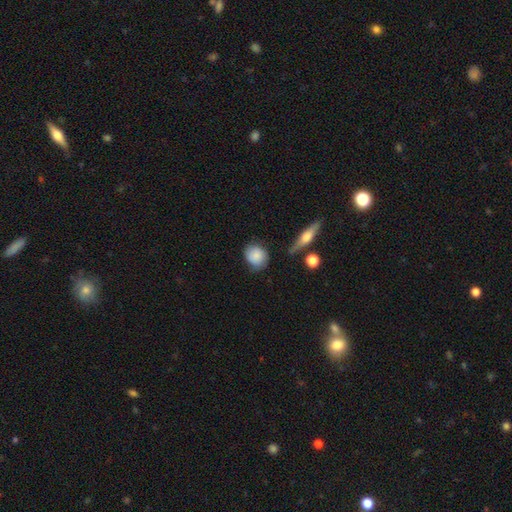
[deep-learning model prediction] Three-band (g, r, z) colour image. It shows a smooth galaxy with no disk features (75%) that is round (68%). Merging: none (65%).